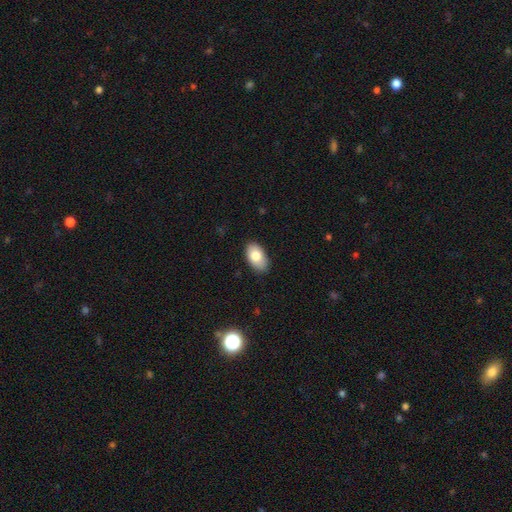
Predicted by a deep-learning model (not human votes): This is likely a smooth galaxy (80%). How rounded: clearly in between (93%). Merging: clearly none (83%).